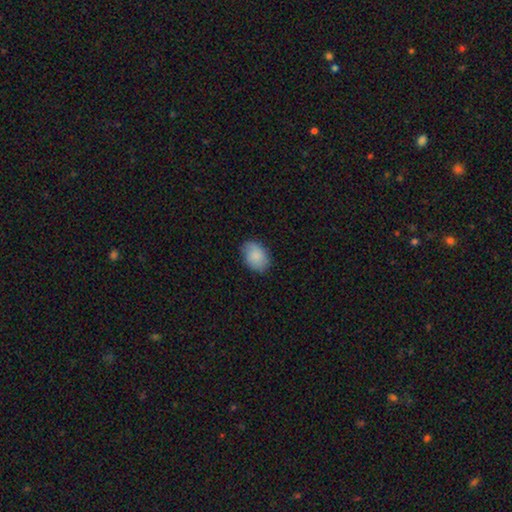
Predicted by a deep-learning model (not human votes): Smooth or featured? Predicted: smooth (p=0.84). How rounded? Predicted: in between (p=0.80). Merging? Predicted: none (p=0.78).